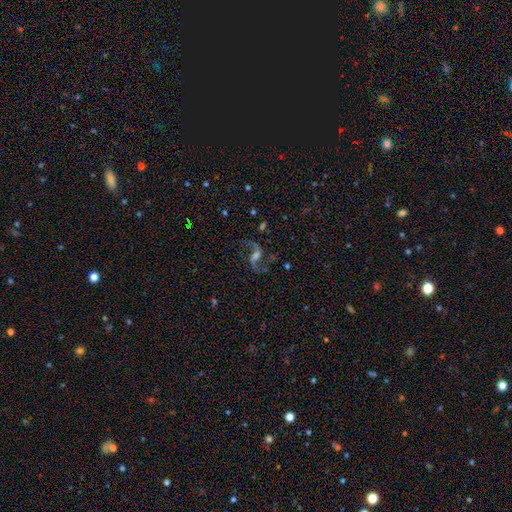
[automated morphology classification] smooth-or-featured: featured or disk: 84% | star or artifact: 10% | smooth: 7%
  disk-edge-on: no: 97% | yes: 3%
    bar: weak: 49% | strong: 28% | no: 23%
    has-spiral-arms: yes: 96% | no: 4%
      spiral-winding: loose: 76% | medium: 21% | tight: 3%
      spiral-arm-count: 2: 93% | 1: 2% | can't tell: 2% | 3: 1% | 4: 1% | more than 4: 1%
    bulge-size: moderate: 36% | small: 30% | none: 20% | large: 12% | dominant: 2%
  merging: none: 75% | minor disturbance: 12% | major disturbance: 10% | merger: 2%